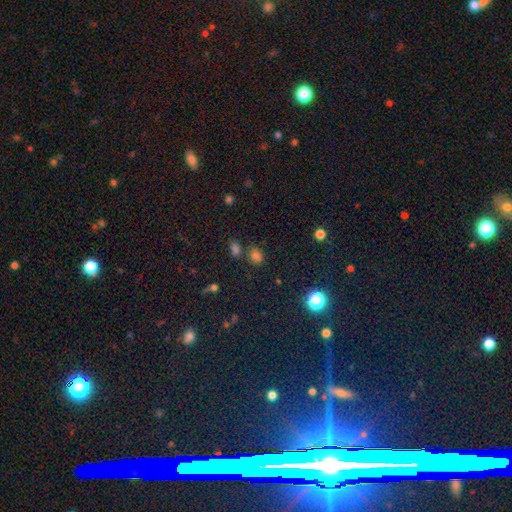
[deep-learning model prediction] A smooth galaxy with no disk features (69%) that is in between round and cigar-shaped (51%).

Vote fractions:
- Smooth or featured? smooth: 69% / star or artifact: 24% / featured or disk: 7%
- How rounded? in between: 51% / round: 47% / cigar-shaped: 1%
- Merging? none: 67% / merger: 16% / minor disturbance: 12% / major disturbance: 5%